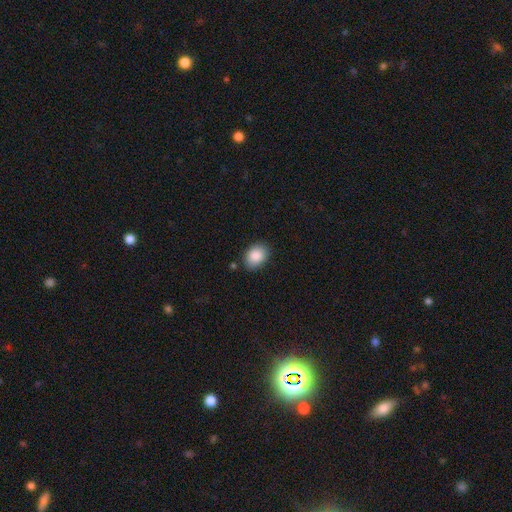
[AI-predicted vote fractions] Morphology: type=smooth (88%); roundness=in between (71%); merging=none (82%).